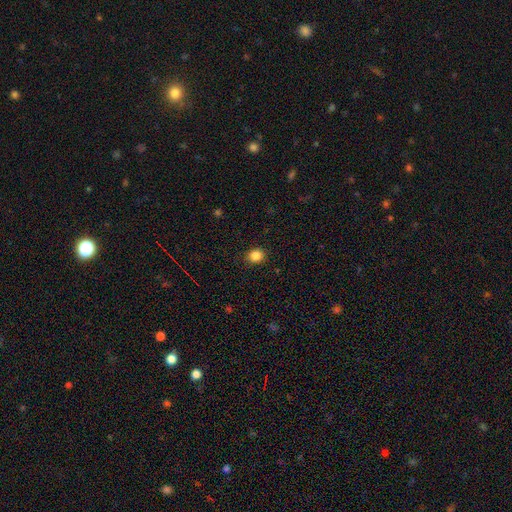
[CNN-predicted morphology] smooth_or_featured: smooth (p=0.85) [alt: star or artifact p=0.11]
how_rounded: round (p=0.71) [alt: in between p=0.28]
merging: none (p=0.89) [alt: minor disturbance p=0.08]